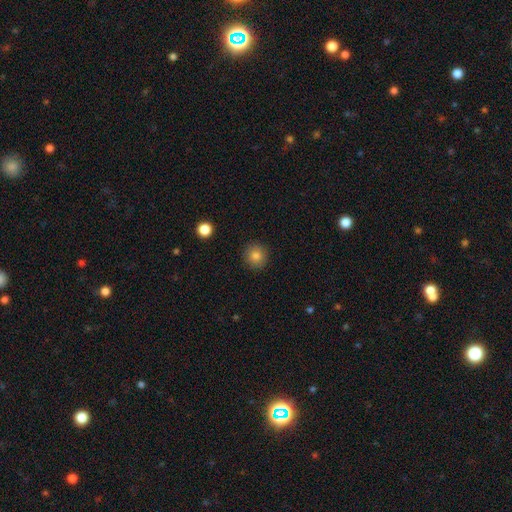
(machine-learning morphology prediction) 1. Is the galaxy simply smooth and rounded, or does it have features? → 83% smooth, 11% star or artifact, 6% featured or disk.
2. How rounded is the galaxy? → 92% round, 7% in between, 1% cigar-shaped.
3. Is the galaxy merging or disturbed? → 91% none, 6% minor disturbance, 2% major disturbance, 1% merger.